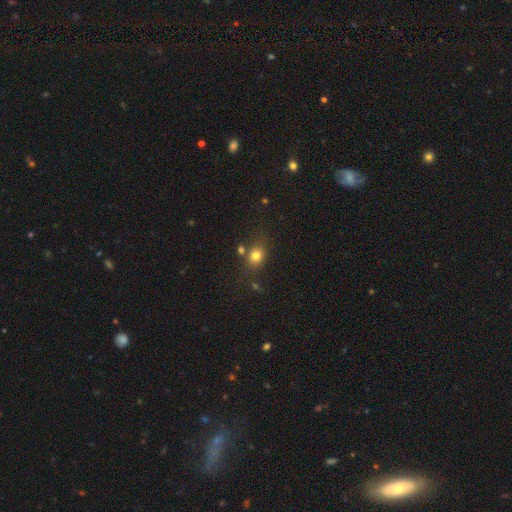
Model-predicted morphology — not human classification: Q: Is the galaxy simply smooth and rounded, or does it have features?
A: smooth — 78%.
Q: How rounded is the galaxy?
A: round — 60%.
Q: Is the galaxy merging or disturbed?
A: none — 68%.